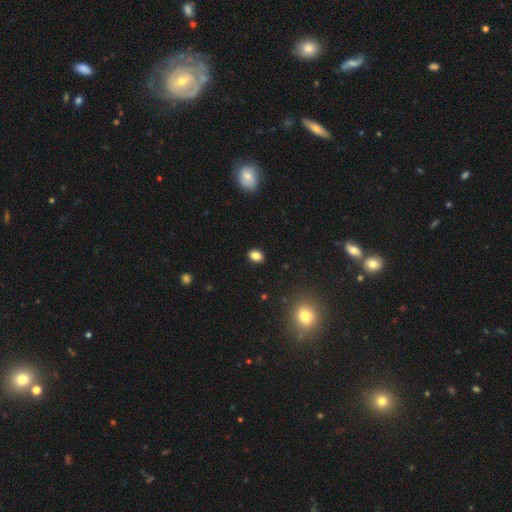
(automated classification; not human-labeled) smooth 82%, star or artifact 12%, featured or disk 6%. Down the decision tree: how rounded — in between (68%); merging — none (88%).